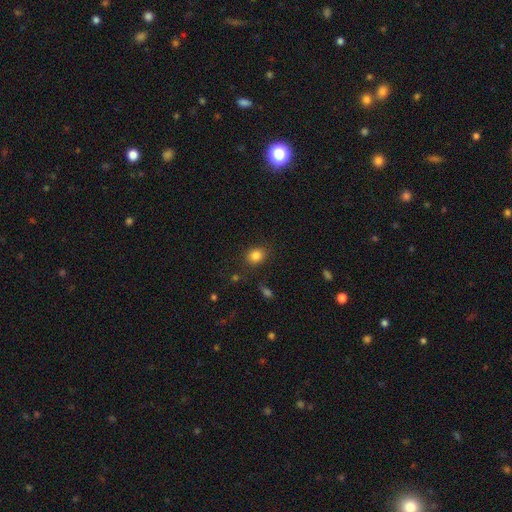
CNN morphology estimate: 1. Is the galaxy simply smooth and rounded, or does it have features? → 84% smooth, 11% star or artifact, 5% featured or disk.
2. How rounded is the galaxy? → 62% round, 37% in between, 1% cigar-shaped.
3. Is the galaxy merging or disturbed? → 83% none, 11% minor disturbance, 4% major disturbance, 2% merger.